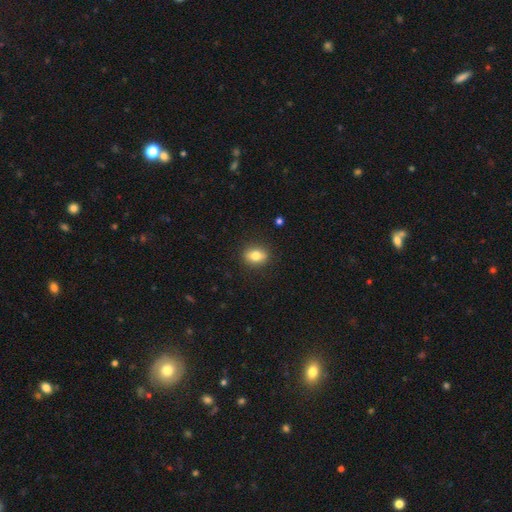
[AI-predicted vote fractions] Smooth or featured: smooth — 80% (featured or disk — 11%)
How rounded: in between — 63% (round — 34%)
Merging: none — 88% (minor disturbance — 8%)